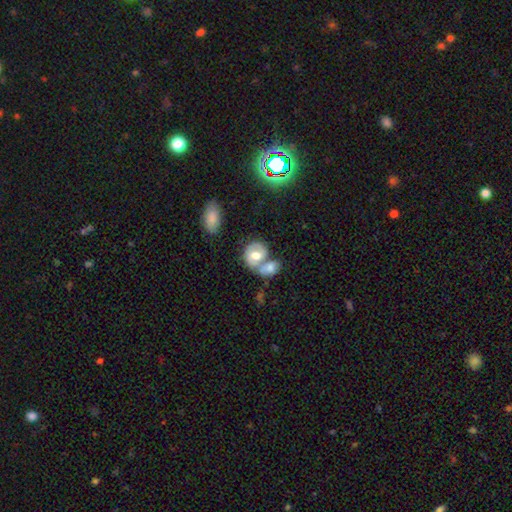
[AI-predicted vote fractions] A smooth galaxy with no disk features (48%). Merging: merger (56%).